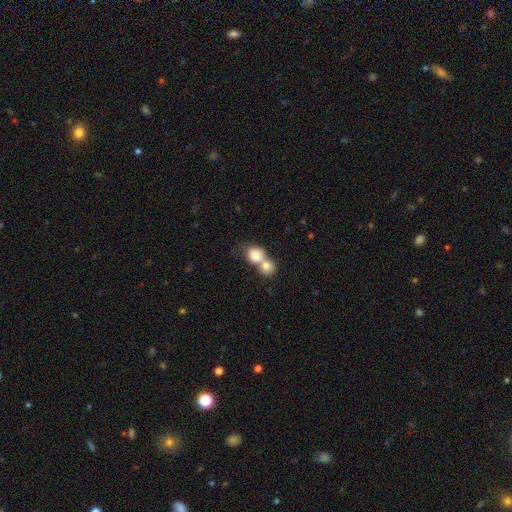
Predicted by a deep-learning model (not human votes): smooth_or_featured: smooth (p=0.79) [alt: featured or disk p=0.13]
how_rounded: round (p=0.67) [alt: in between p=0.31]
merging: merger (p=0.72) [alt: none p=0.20]